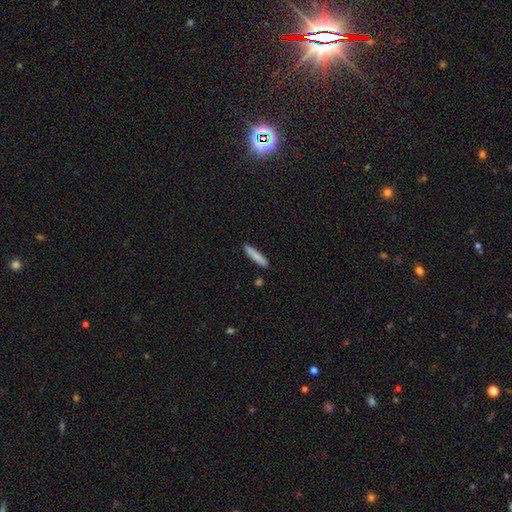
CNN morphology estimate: A smooth galaxy with no disk features (83%) that is cigar-shaped (89%).

Vote fractions:
- Smooth or featured? smooth: 83% / featured or disk: 11% / star or artifact: 6%
- How rounded? cigar-shaped: 89% / in between: 10% / round: 1%
- Merging? none: 87% / minor disturbance: 9% / merger: 3% / major disturbance: 2%